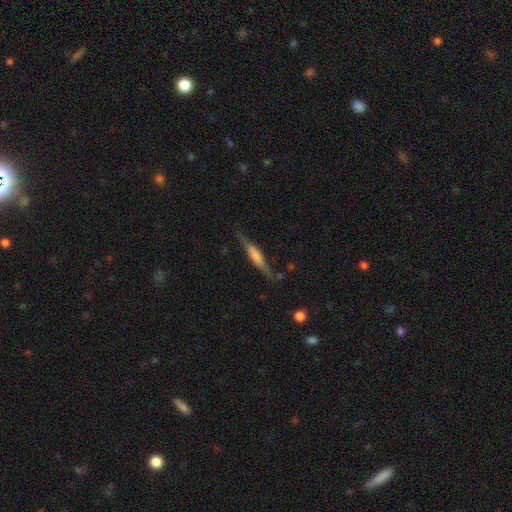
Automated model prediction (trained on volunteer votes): The model was most divided on "smooth or featured": smooth: 48%, featured or disk: 46%, star or artifact: 6%. More confident: merging — none (73%).